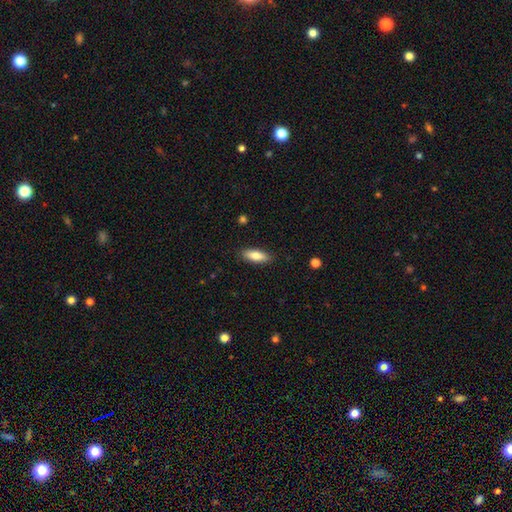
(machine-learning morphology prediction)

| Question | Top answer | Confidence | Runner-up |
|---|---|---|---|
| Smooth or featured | smooth | 79% | featured or disk (15%) |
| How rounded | in between | 62% | cigar-shaped (36%) |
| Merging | none | 88% | minor disturbance (9%) |